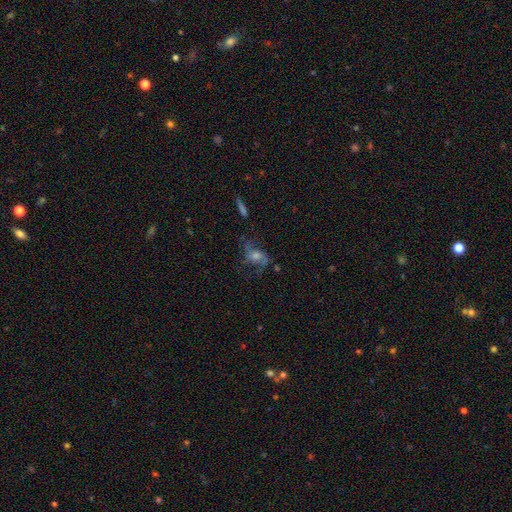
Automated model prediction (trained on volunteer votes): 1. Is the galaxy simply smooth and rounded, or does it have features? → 64% featured or disk, 19% smooth, 17% star or artifact.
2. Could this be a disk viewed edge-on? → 94% no, 6% yes.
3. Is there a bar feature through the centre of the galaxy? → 57% no, 33% weak, 10% strong.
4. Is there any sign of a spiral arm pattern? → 84% yes, 16% no.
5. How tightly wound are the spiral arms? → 56% loose, 35% medium, 10% tight.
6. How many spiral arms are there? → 74% 2, 12% can't tell, 6% 1, 5% 3, 2% 4, 2% more than 4.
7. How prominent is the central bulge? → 49% moderate, 28% small, 13% large, 7% none, 2% dominant.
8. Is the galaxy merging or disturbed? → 58% none, 21% major disturbance, 18% minor disturbance, 4% merger.